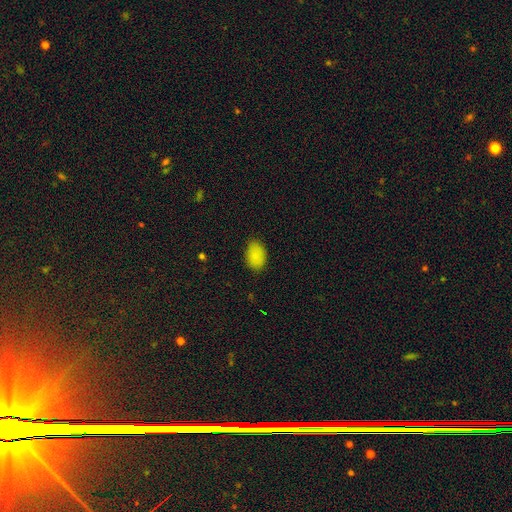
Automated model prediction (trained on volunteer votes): Smooth or featured? Predicted: smooth (p=0.85). How rounded? Predicted: in between (p=0.86). Merging? Predicted: none (p=0.82).